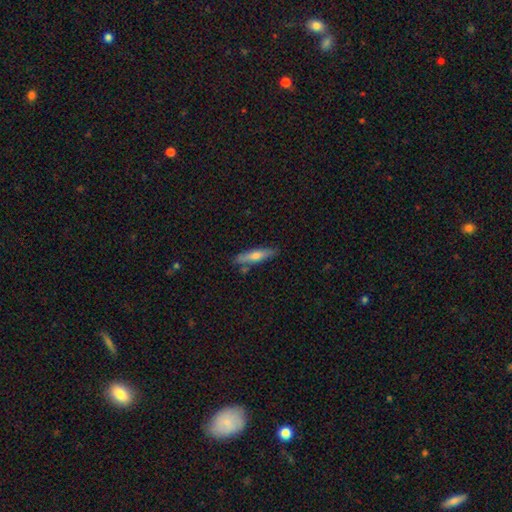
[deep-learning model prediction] smooth 62%, featured or disk 32%, star or artifact 6%. Down the decision tree: how rounded — cigar-shaped (77%); merging — none (77%).